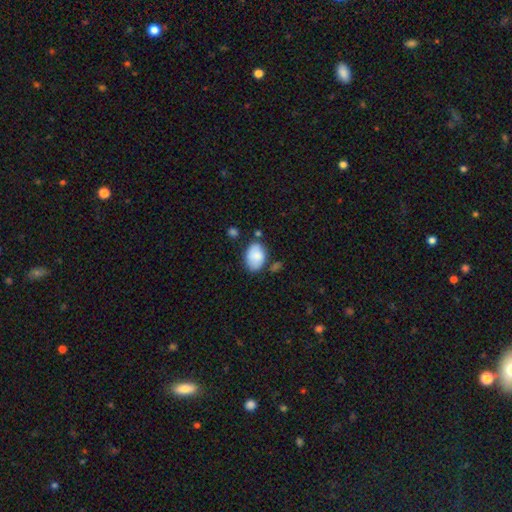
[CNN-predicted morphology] A smooth galaxy with no disk features (82%) that is in between round and cigar-shaped (86%). Merging: none (63%).